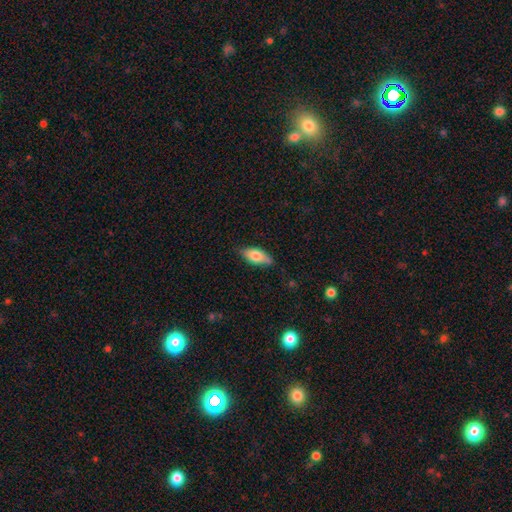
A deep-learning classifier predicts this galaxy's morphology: Smooth or featured? Predicted: smooth (p=0.73). How rounded? Predicted: in between (p=0.82). Merging? Predicted: none (p=0.74).